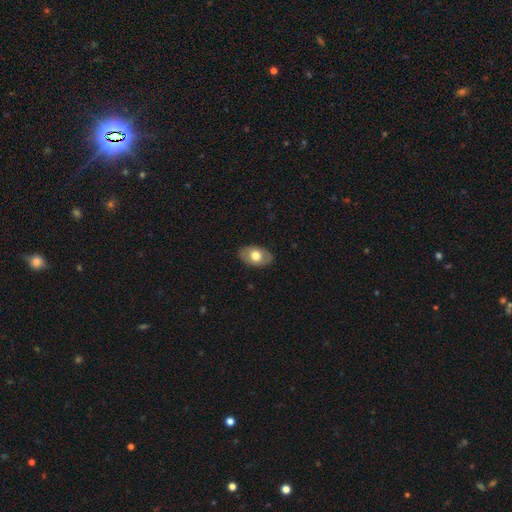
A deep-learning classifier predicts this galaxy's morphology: smooth 66%, featured or disk 28%, star or artifact 6%. Down the decision tree: how rounded — in between (88%); merging — none (86%).